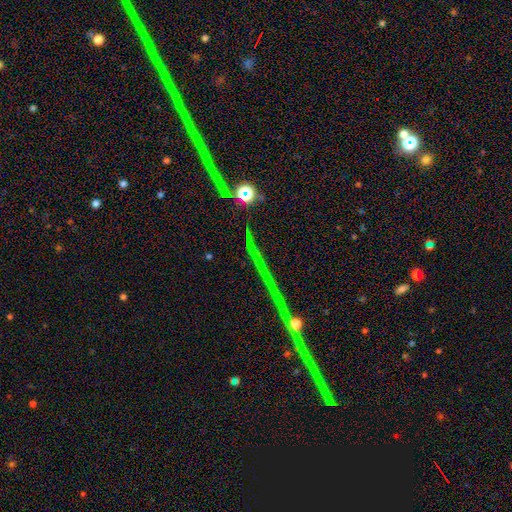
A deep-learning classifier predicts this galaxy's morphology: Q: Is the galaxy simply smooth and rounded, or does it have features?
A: star or artifact — 78%.